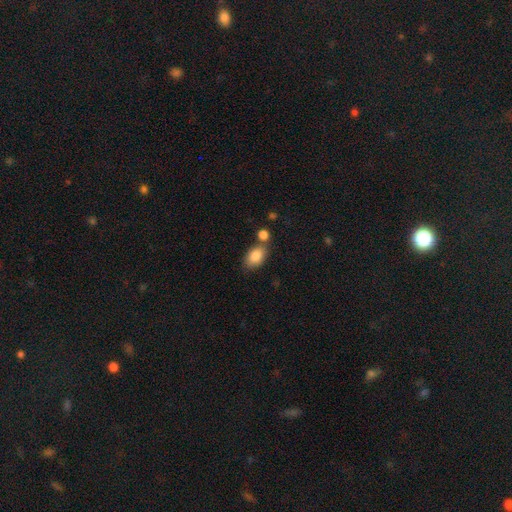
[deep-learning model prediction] Smooth or featured?
  - smooth: 85% *
  - star or artifact: 8%
  - featured or disk: 8%
How rounded?
  - in between: 87% *
  - round: 12%
  - cigar-shaped: 2%
Merging?
  - none: 62% *
  - merger: 20%
  - minor disturbance: 14%
  - major disturbance: 4%